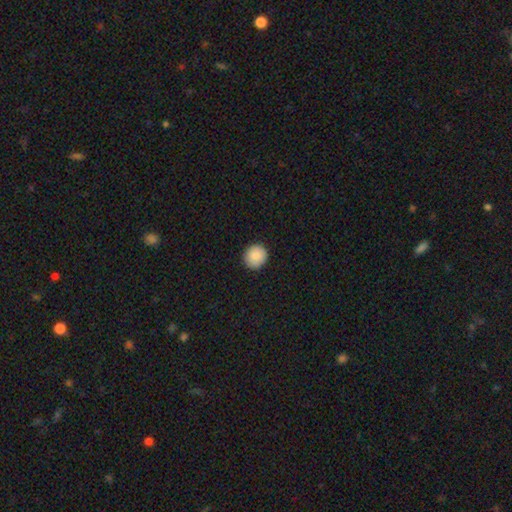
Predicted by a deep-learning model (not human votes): Smooth or featured: smooth — 88% (star or artifact — 8%)
How rounded: round — 91% (in between — 8%)
Merging: none — 91% (minor disturbance — 7%)